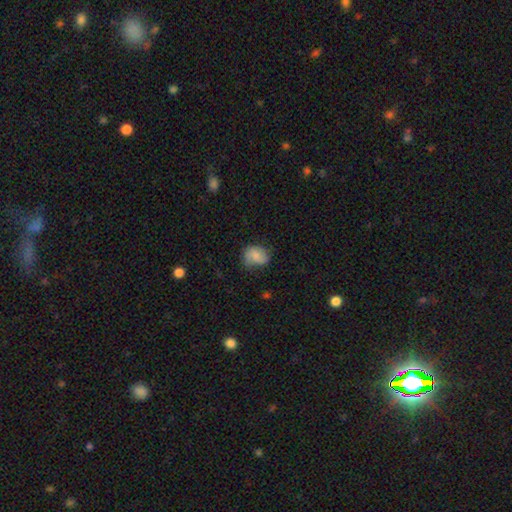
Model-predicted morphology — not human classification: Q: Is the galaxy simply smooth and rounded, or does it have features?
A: smooth — 72%.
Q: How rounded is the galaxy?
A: in between — 56%.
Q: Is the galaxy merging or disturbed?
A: none — 58%.